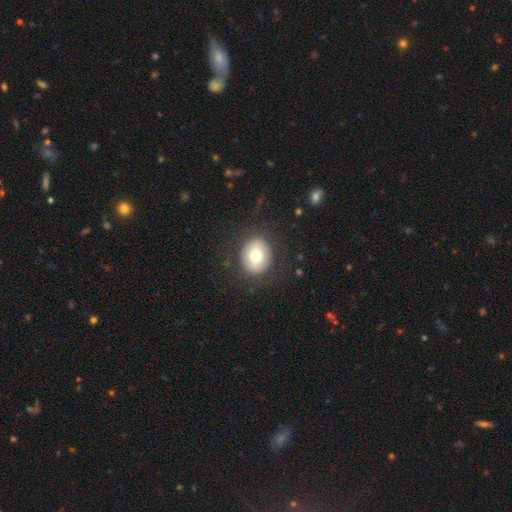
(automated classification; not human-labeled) Smooth or featured? Predicted: smooth (p=0.73). How rounded? Predicted: round (p=0.70). Merging? Predicted: none (p=0.86).